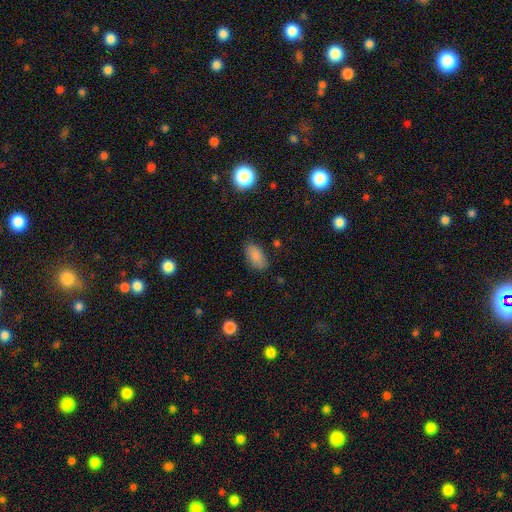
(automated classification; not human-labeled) smooth_or_featured: smooth (p=0.86) [alt: star or artifact p=0.08]
how_rounded: in between (p=0.93) [alt: cigar-shaped p=0.04]
merging: none (p=0.80) [alt: minor disturbance p=0.15]